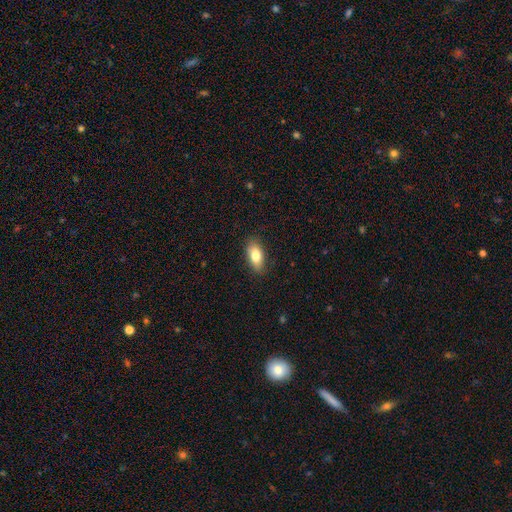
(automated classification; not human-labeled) Overall: smooth (81%). How rounded: in between (88%). Merging: none (85%).